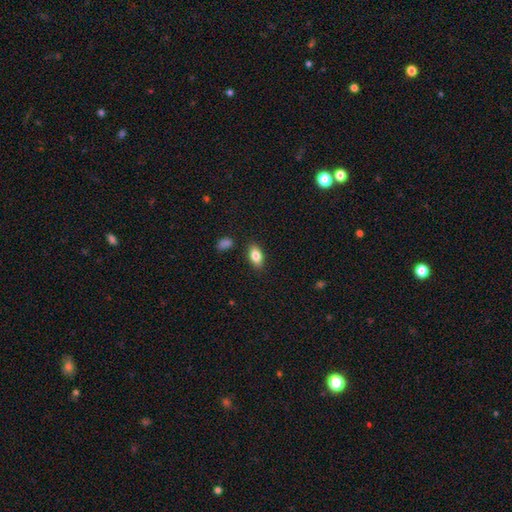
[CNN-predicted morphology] Smooth or featured: smooth — 81% (featured or disk — 11%)
How rounded: in between — 89% (round — 6%)
Merging: none — 85% (minor disturbance — 10%)